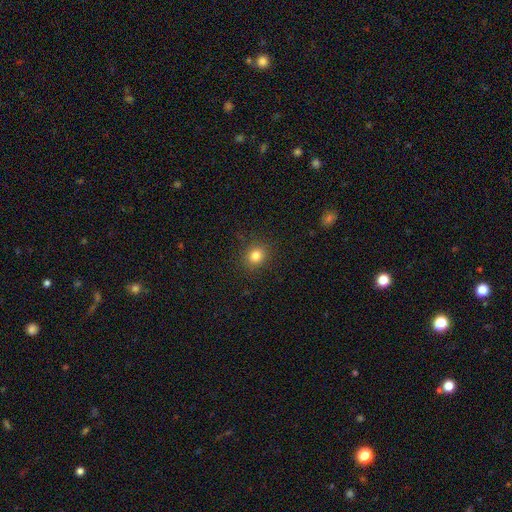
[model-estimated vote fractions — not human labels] smooth 82%, star or artifact 13%, featured or disk 6%. Down the decision tree: how rounded — round (76%); merging — none (89%).